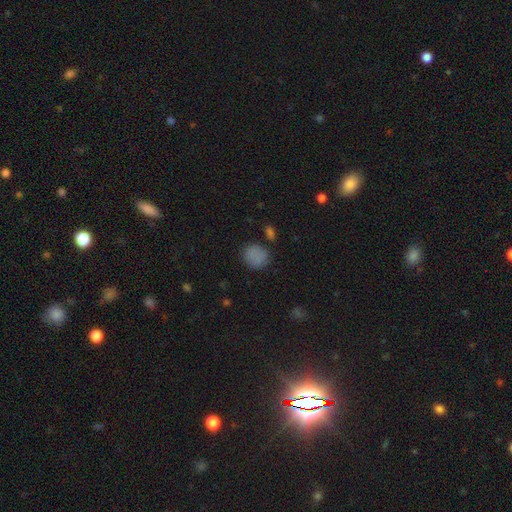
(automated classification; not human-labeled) Smooth or featured? smooth (81%)
How rounded? round (79%)
Merging? none (75%)